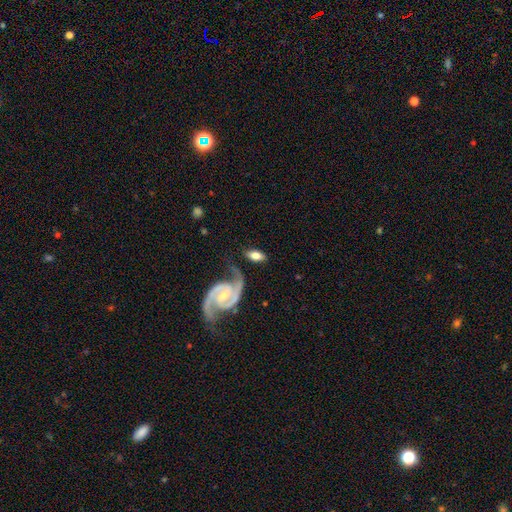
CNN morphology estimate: A smooth galaxy with no disk features (53%) that is in between round and cigar-shaped (90%).

Vote fractions:
- Smooth or featured? smooth: 53% / featured or disk: 41% / star or artifact: 6%
- How rounded? in between: 90% / cigar-shaped: 5% / round: 5%
- Merging? none: 69% / minor disturbance: 16% / major disturbance: 8% / merger: 6%